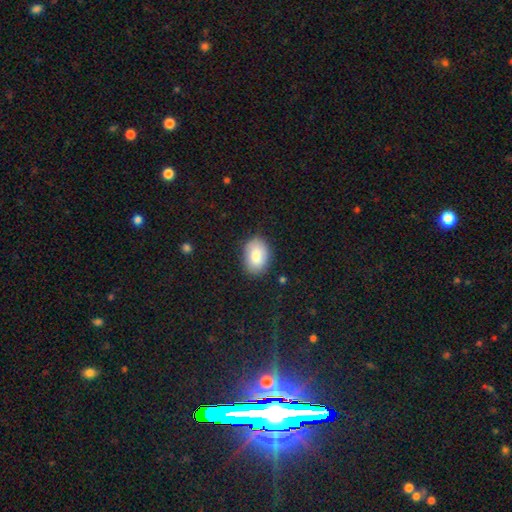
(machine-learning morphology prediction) Smooth or featured?
  - smooth: 83% *
  - featured or disk: 10%
  - star or artifact: 7%
How rounded?
  - in between: 80% *
  - round: 19%
  - cigar-shaped: 1%
Merging?
  - none: 84% *
  - minor disturbance: 12%
  - major disturbance: 3%
  - merger: 1%